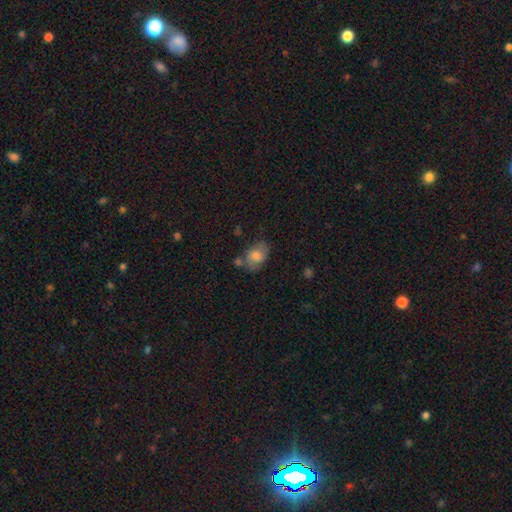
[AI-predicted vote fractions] Smooth or featured? Predicted: smooth (p=0.71). How rounded? Predicted: in between (p=0.73). Merging? Predicted: none (p=0.53).